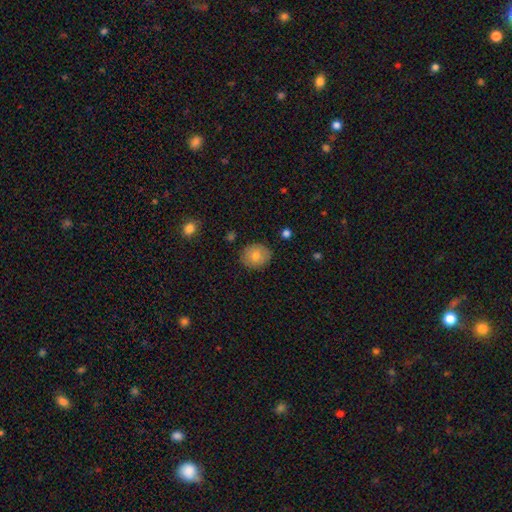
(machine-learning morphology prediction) smooth-or-featured: smooth: 73% | featured or disk: 19% | star or artifact: 8%
  how-rounded: round: 72% | in between: 27% | cigar-shaped: 1%
  merging: none: 86% | minor disturbance: 10% | major disturbance: 2% | merger: 1%